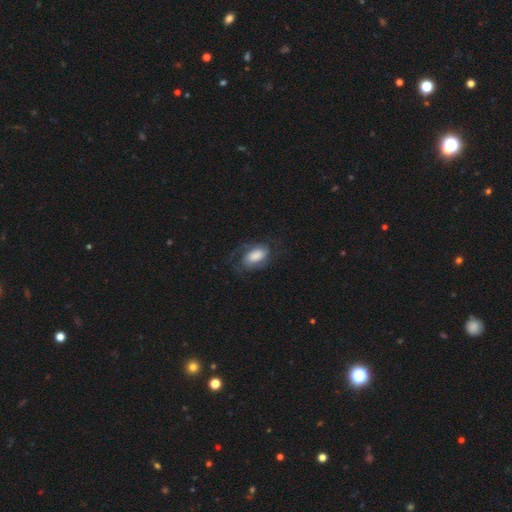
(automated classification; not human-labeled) Q: Smooth or featured?
A: featured or disk (54%); runner-up: smooth (39%)
Q: Edge-on disk?
A: no (95%); runner-up: yes (5%)
Q: Bar?
A: no (59%); runner-up: weak (31%)
Q: Spiral arms?
A: yes (88%); runner-up: no (12%)
Q: Bulge size?
A: large (47%); runner-up: moderate (19%)
Q: Merging?
A: none (62%); runner-up: minor disturbance (20%)